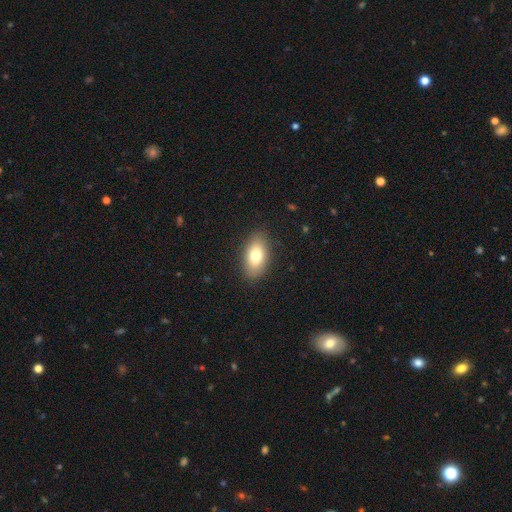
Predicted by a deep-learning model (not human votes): The model was most divided on "smooth or featured": smooth: 77%, featured or disk: 15%, star or artifact: 8%. More confident: how rounded — in between (91%); merging — none (87%).